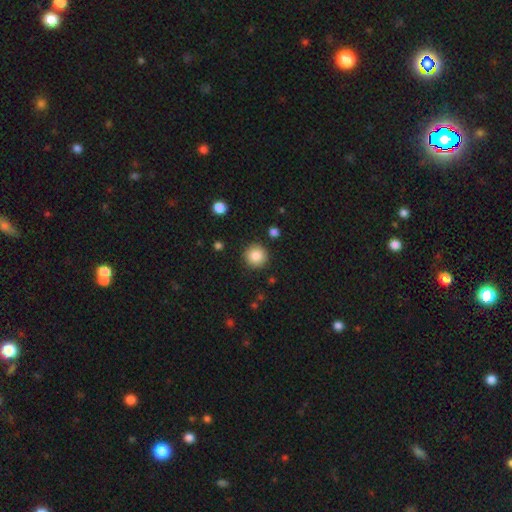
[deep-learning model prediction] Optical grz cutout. It shows a smooth galaxy with no disk features (86%) that is round (95%). Merging: none (90%).